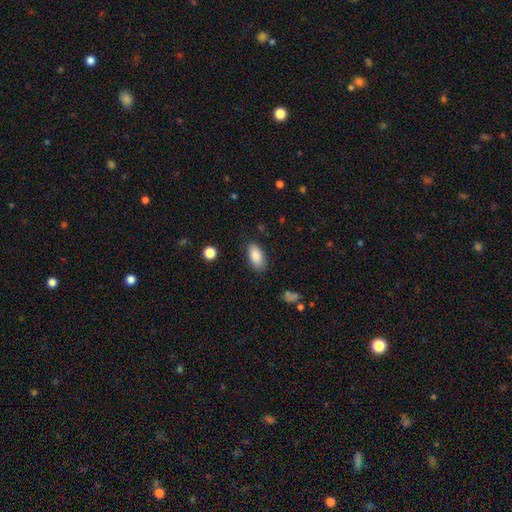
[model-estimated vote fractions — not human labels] Smooth or featured?
  - smooth: 88% *
  - star or artifact: 7%
  - featured or disk: 5%
How rounded?
  - in between: 91% *
  - cigar-shaped: 6%
  - round: 3%
Merging?
  - none: 84% *
  - minor disturbance: 12%
  - major disturbance: 3%
  - merger: 1%